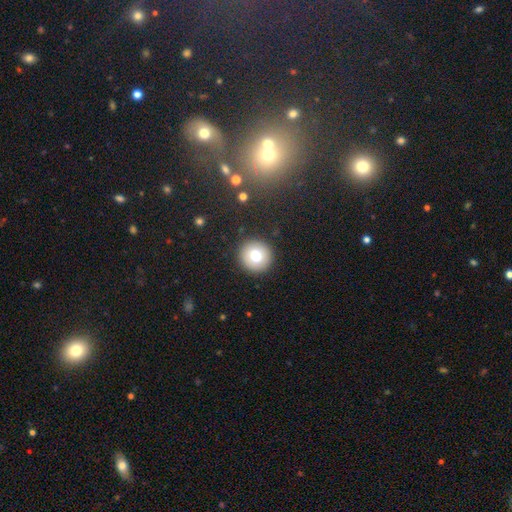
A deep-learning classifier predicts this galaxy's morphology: Smooth or featured? Predicted: smooth (p=0.75). How rounded? Predicted: round (p=0.95). Merging? Predicted: none (p=0.91).